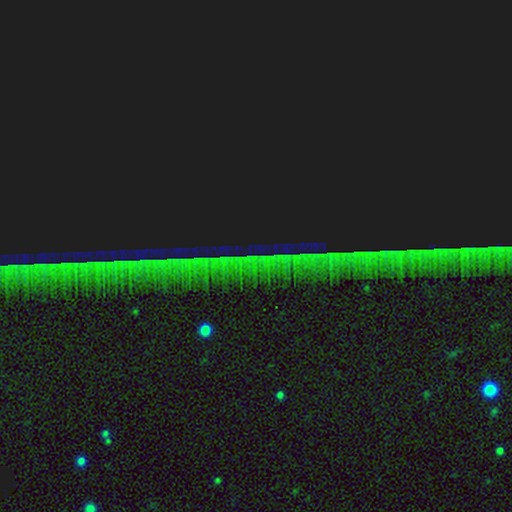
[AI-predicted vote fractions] A star or artifact, not a galaxy (88%).

Vote fractions:
- Smooth or featured? star or artifact: 88% / featured or disk: 7% / smooth: 5%